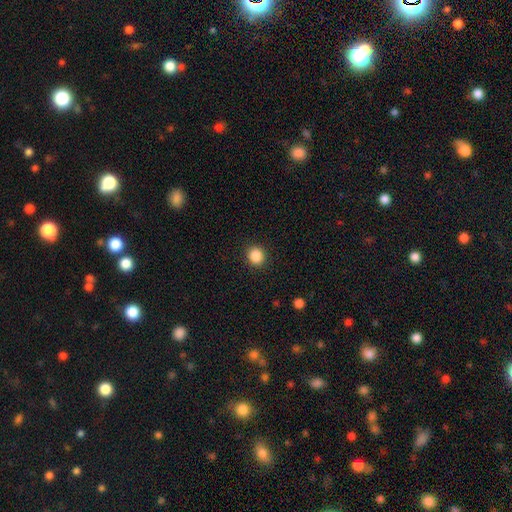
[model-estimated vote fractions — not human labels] smooth_or_featured: smooth (p=0.87) [alt: star or artifact p=0.10]
how_rounded: round (p=0.81) [alt: in between p=0.18]
merging: none (p=0.91) [alt: minor disturbance p=0.06]